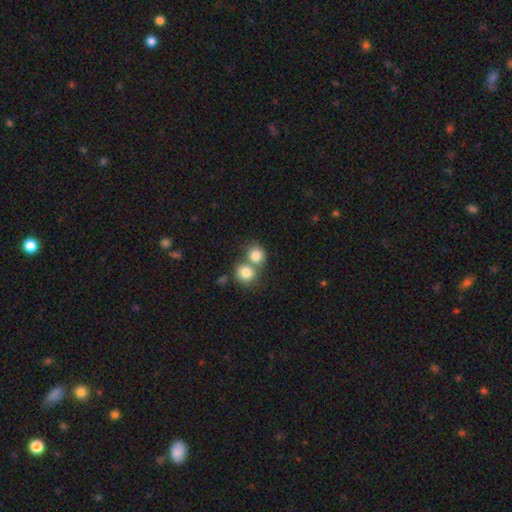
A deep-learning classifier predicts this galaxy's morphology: A smooth galaxy with no disk features (82%) that is round (77%).

Vote fractions:
- Smooth or featured? smooth: 82% / star or artifact: 9% / featured or disk: 9%
- How rounded? round: 77% / in between: 22% / cigar-shaped: 1%
- Merging? merger: 53% / none: 37% / minor disturbance: 7% / major disturbance: 3%